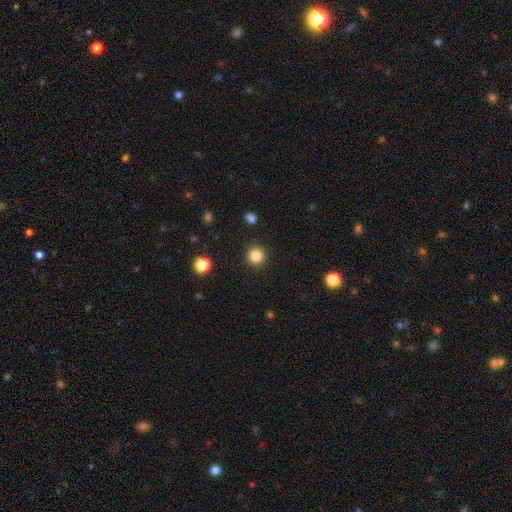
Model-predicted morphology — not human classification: type=smooth (84%); roundness=round (94%); merging=none (92%).